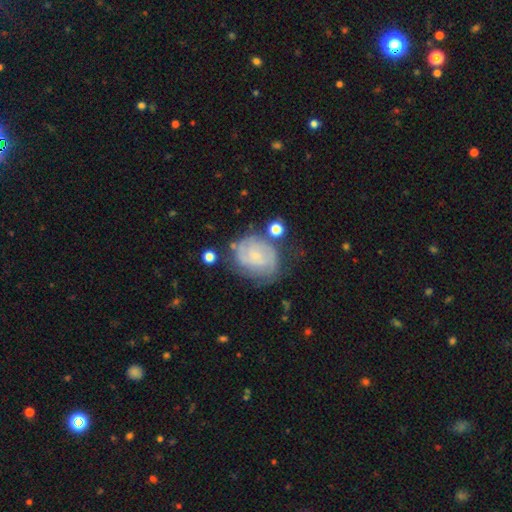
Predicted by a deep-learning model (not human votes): A featured or disk galaxy (66%) with no bar (71%), tight (63%) spiral arms (83%) and a small central bulge (78%).

Vote fractions:
- Smooth or featured? featured or disk: 66% / smooth: 26% / star or artifact: 8%
- Edge-on disk? no: 97% / yes: 3%
- Bar? no: 71% / weak: 25% / strong: 4%
- Spiral arms? yes: 83% / no: 17%
- Spiral winding? tight: 63% / medium: 27% / loose: 10%
- Spiral arm count? can't tell: 49% / 2: 24% / 3: 12% / 4: 6% / 1: 5% / more than 4: 4%
- Bulge size? small: 78% / moderate: 13% / none: 7% / large: 1% / dominant: 1%
- Merging? none: 57% / minor disturbance: 24% / major disturbance: 13% / merger: 6%